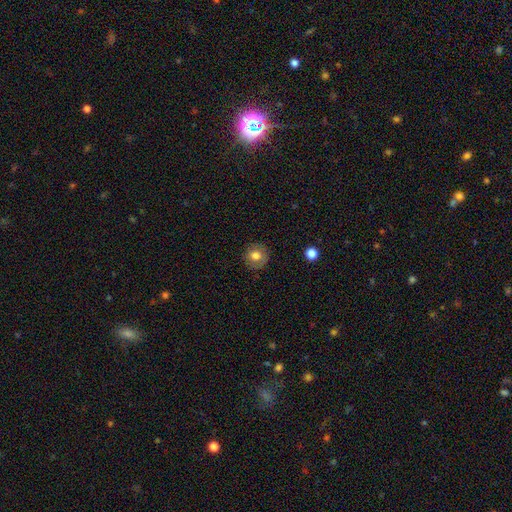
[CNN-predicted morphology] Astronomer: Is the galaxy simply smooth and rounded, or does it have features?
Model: smooth — 72%.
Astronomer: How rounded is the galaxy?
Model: round — 91%.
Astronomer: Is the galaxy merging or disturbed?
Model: none — 86%.